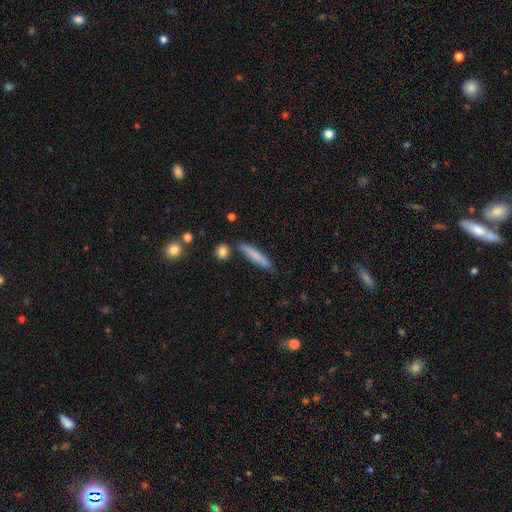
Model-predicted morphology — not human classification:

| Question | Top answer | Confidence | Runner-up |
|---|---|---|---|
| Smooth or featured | smooth | 76% | featured or disk (18%) |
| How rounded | cigar-shaped | 89% | in between (10%) |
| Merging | none | 81% | minor disturbance (12%) |